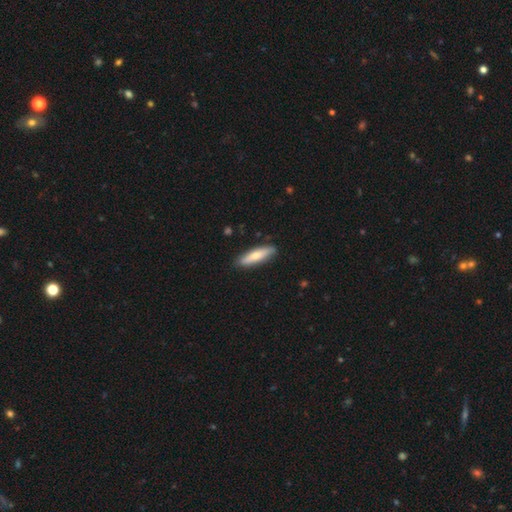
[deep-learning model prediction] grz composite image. It shows a smooth galaxy with no disk features (66%) that is cigar-shaped (73%). Merging: none (87%).